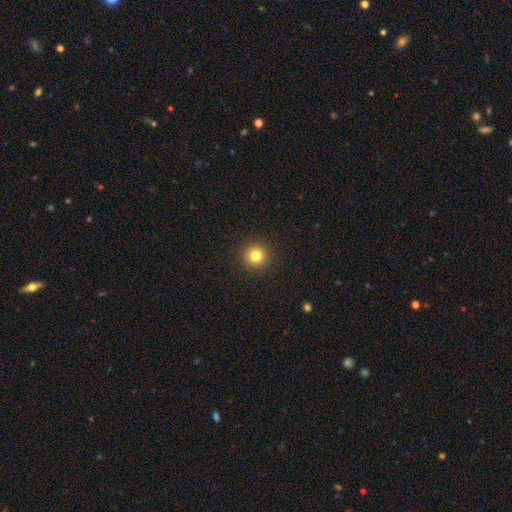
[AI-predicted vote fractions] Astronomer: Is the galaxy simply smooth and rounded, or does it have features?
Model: smooth — 82%.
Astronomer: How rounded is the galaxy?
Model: round — 95%.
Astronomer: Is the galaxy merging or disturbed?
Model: none — 92%.